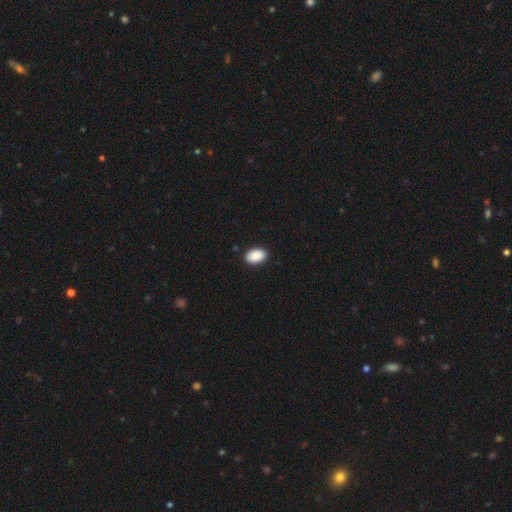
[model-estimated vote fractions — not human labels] Q: Smooth or featured?
A: smooth (91%); runner-up: star or artifact (7%)
Q: How rounded?
A: in between (92%); runner-up: round (7%)
Q: Merging?
A: none (90%); runner-up: minor disturbance (8%)